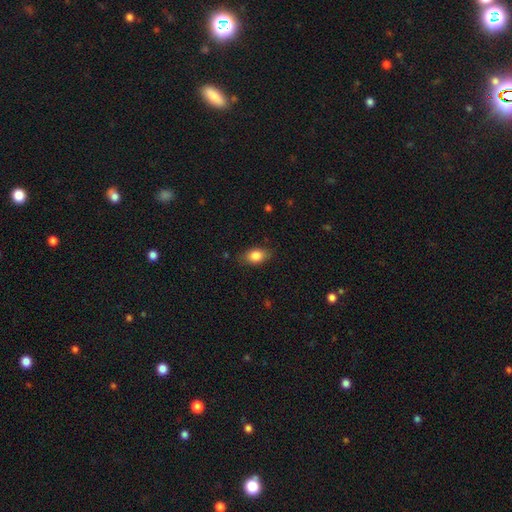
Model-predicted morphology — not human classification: The model was most divided on "how rounded": in between: 80%, round: 17%, cigar-shaped: 3%. More confident: smooth or featured — smooth (83%); merging — none (80%).